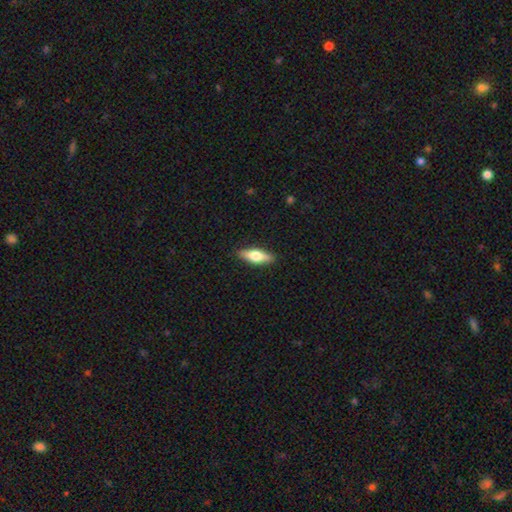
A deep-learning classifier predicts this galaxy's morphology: Q: Smooth or featured?
A: smooth (58%); runner-up: featured or disk (36%)
Q: How rounded?
A: in between (53%); runner-up: cigar-shaped (44%)
Q: Merging?
A: none (89%); runner-up: minor disturbance (8%)